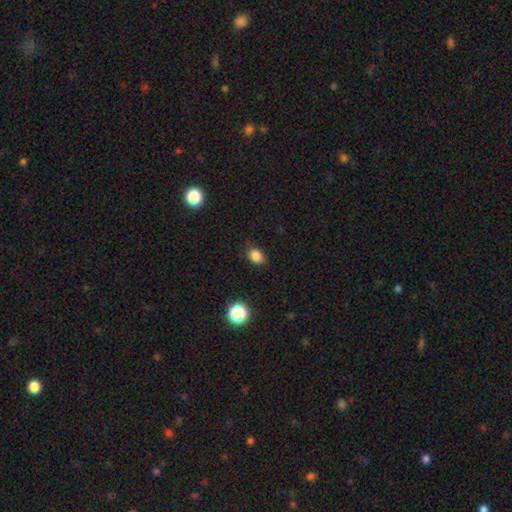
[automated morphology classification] Smooth or featured: smooth — 83% (star or artifact — 13%)
How rounded: in between — 53% (round — 46%)
Merging: none — 79% (minor disturbance — 16%)